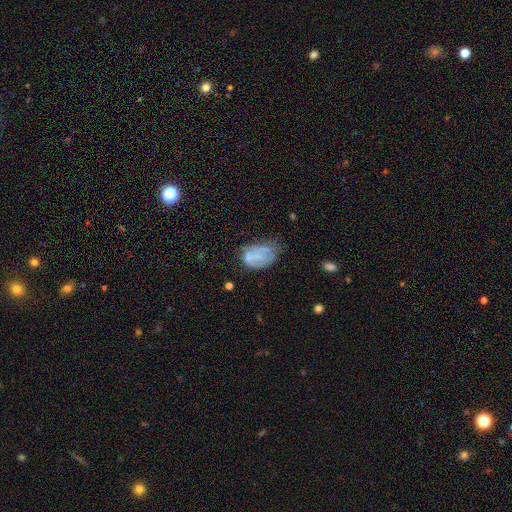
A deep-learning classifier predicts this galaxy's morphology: The model was most divided on "merging": minor disturbance: 35%, none: 34%, major disturbance: 24%, merger: 8%. Remaining: smooth or featured — smooth (48%).